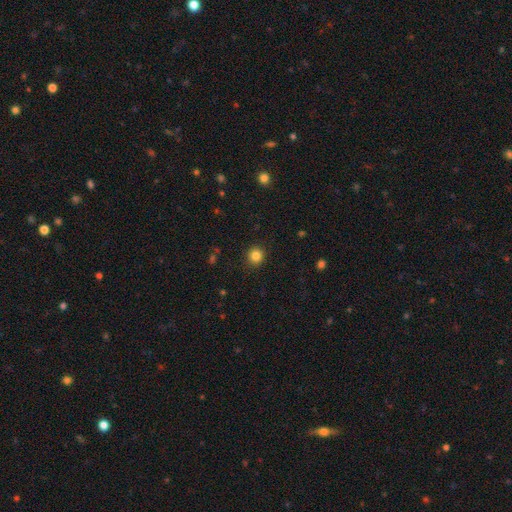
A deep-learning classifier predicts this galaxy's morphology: Overall: smooth (84%). How rounded: round (89%). Merging: none (91%).